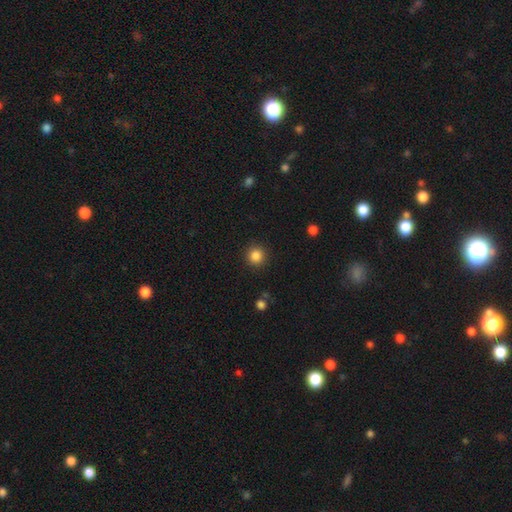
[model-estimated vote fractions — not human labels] smooth_or_featured: smooth (p=0.85) [alt: star or artifact p=0.11]
how_rounded: round (p=0.93) [alt: in between p=0.06]
merging: none (p=0.90) [alt: minor disturbance p=0.06]